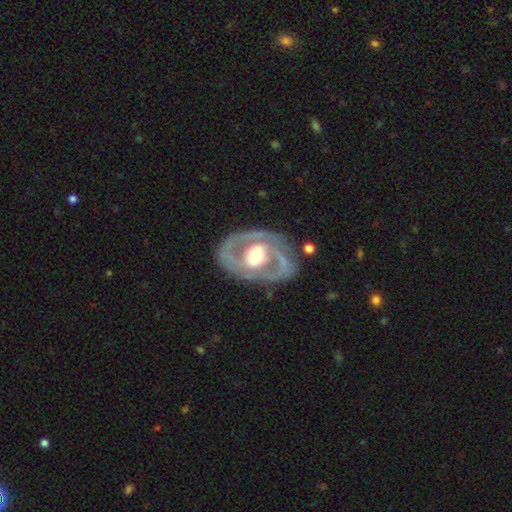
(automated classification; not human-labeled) A featured or disk galaxy (81%) with no bar (45%), 2 (78%) medium (42%) spiral arms (69%) and a moderate central bulge (62%).

Vote fractions:
- Smooth or featured? featured or disk: 81% / smooth: 14% / star or artifact: 4%
- Edge-on disk? no: 96% / yes: 4%
- Bar? no: 45% / weak: 32% / strong: 23%
- Spiral arms? yes: 69% / no: 31%
- Spiral winding? medium: 42% / tight: 41% / loose: 16%
- Spiral arm count? 2: 78% / can't tell: 10% / 1: 5% / 3: 3% / 4: 1% / more than 4: 1%
- Bulge size? moderate: 62% / large: 24% / small: 11% / dominant: 2% / none: 1%
- Merging? none: 76% / minor disturbance: 14% / major disturbance: 8% / merger: 2%